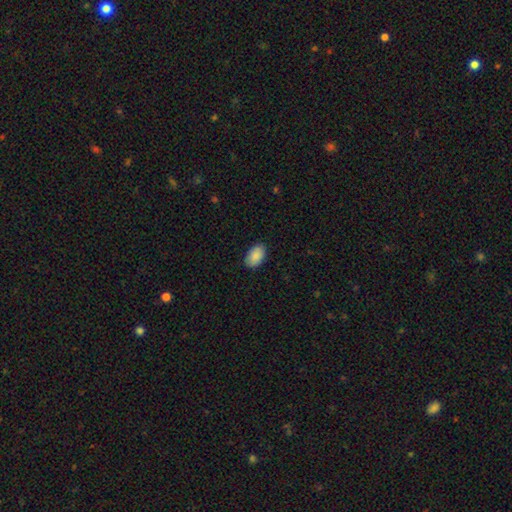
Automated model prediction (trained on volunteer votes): Q: Smooth or featured?
A: smooth (90%); runner-up: star or artifact (6%)
Q: How rounded?
A: in between (93%); runner-up: round (6%)
Q: Merging?
A: none (87%); runner-up: minor disturbance (10%)